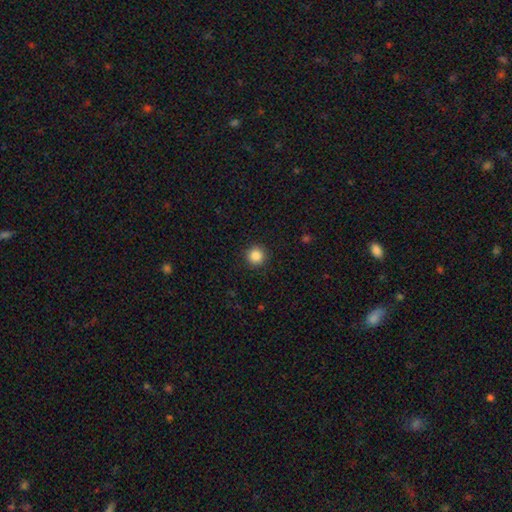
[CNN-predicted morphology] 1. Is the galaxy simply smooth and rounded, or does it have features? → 86% smooth, 10% star or artifact, 4% featured or disk.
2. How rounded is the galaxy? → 95% round, 4% in between, 1% cigar-shaped.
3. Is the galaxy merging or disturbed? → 92% none, 5% minor disturbance, 2% major disturbance, 1% merger.